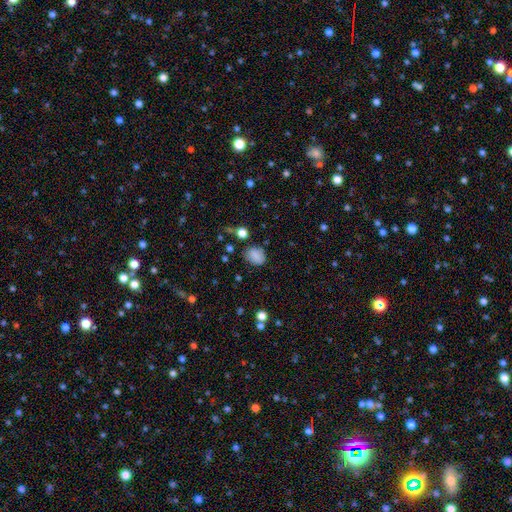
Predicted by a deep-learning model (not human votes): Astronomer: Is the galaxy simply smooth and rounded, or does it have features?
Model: smooth — 83%.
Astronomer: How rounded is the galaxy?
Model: in between — 53% (runner-up: round, 46%).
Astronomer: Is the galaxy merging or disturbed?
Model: none — 74%.